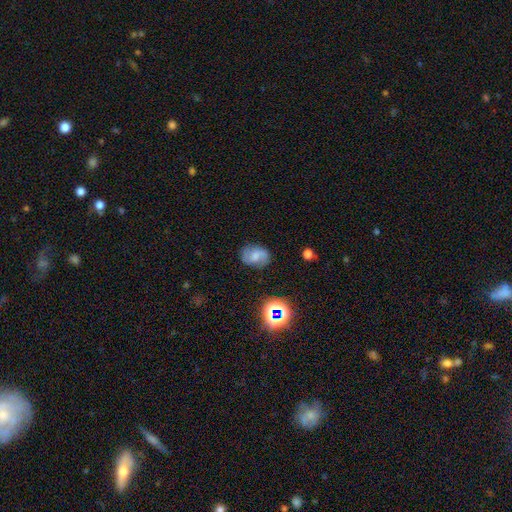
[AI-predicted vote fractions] Smooth or featured: featured or disk — 48% (smooth — 39%)
Merging: none — 76% (minor disturbance — 16%)